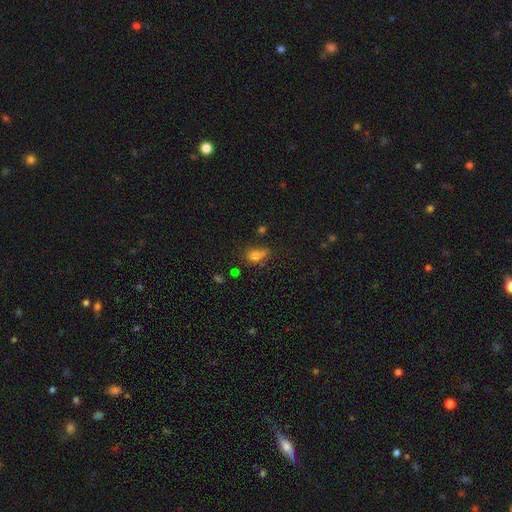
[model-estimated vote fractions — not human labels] A smooth galaxy with no disk features (74%) that is in between round and cigar-shaped (69%).

Vote fractions:
- Smooth or featured? smooth: 74% / star or artifact: 15% / featured or disk: 12%
- How rounded? in between: 69% / round: 26% / cigar-shaped: 5%
- Merging? none: 39% / minor disturbance: 28% / major disturbance: 17% / merger: 16%